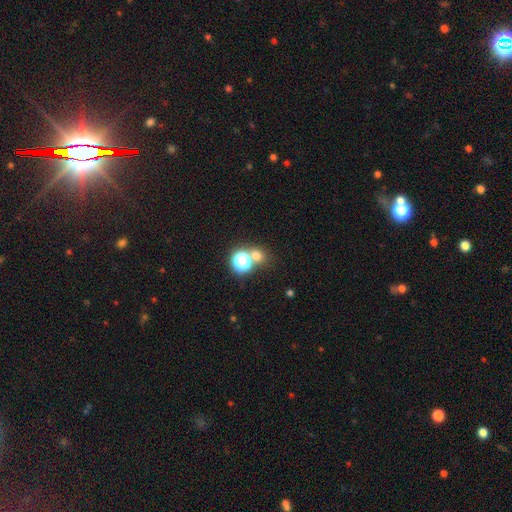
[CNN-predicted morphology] This is likely a smooth galaxy (64%). How rounded: clearly round (81%). Merging: likely none (62%).